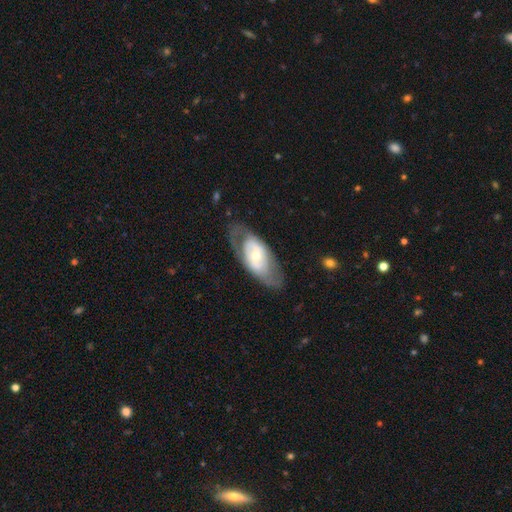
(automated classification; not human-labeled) featured or disk 62%, smooth 32%, star or artifact 6%. Down the decision tree: edge-on disk — no (86%); bar — no (67%); spiral arms — no (62%); bulge size — small (46%, tied with moderate); merging — none (65%).